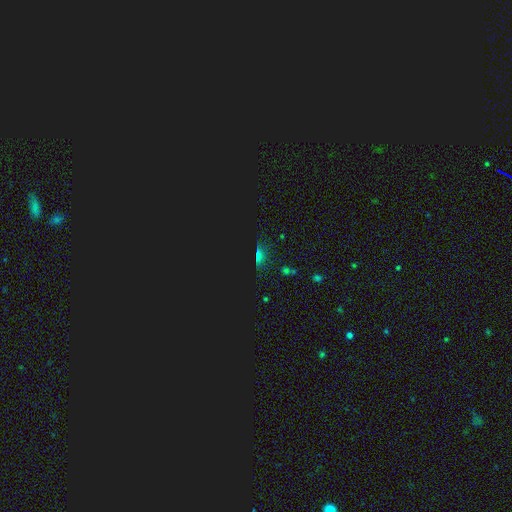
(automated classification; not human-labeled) Overall: star or artifact (64%; smooth 27%).